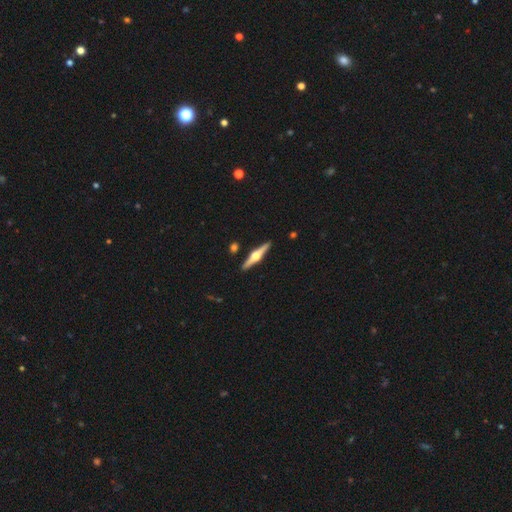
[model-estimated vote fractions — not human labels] This is likely a featured or disk galaxy (80%). It is clearly viewed edge-on (98%). Edge-on bulge: clearly rounded (96%). Merging: clearly none (92%).